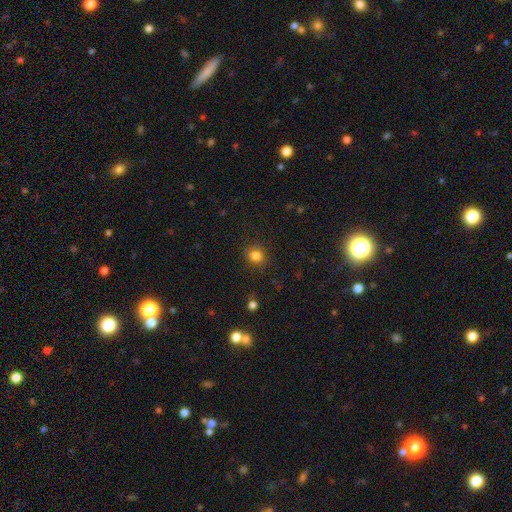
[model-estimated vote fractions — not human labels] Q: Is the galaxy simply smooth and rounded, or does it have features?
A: smooth — 83%.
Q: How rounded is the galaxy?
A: round — 80%.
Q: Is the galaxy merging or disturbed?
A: none — 88%.